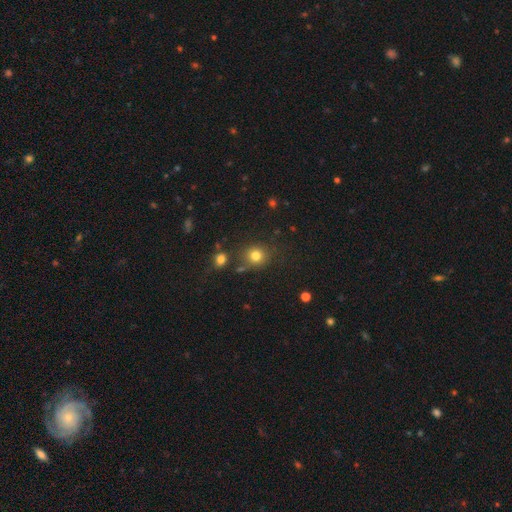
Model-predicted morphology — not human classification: Smooth or featured: smooth — 79% (star or artifact — 14%)
How rounded: round — 85% (in between — 14%)
Merging: none — 78% (minor disturbance — 11%)